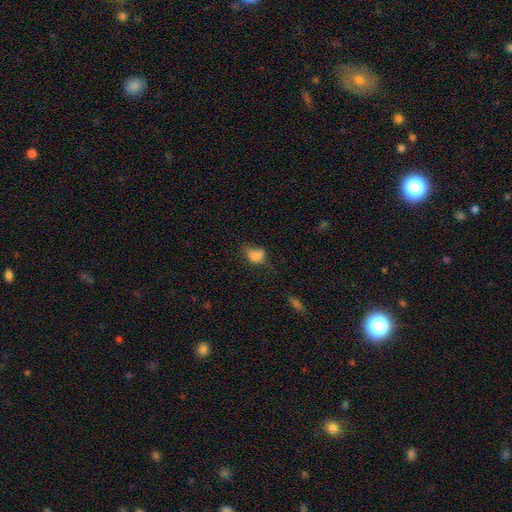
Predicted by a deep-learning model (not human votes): Overall: smooth (77%). How rounded: in between (69%; round 30%). Merging: none (37%; minor disturbance 35%).